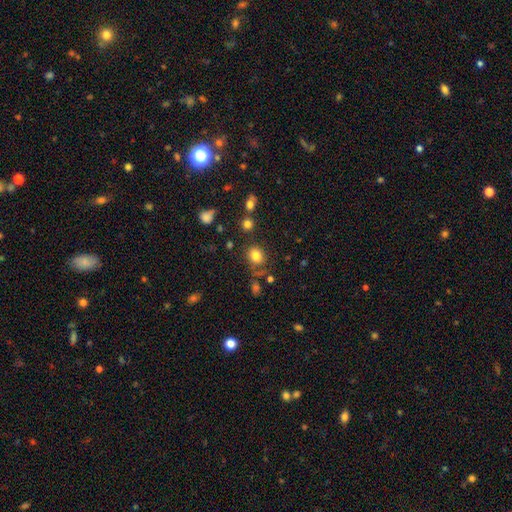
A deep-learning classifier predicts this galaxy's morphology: Overall: smooth (81%). How rounded: round (62%; in between 37%). Merging: none (75%).